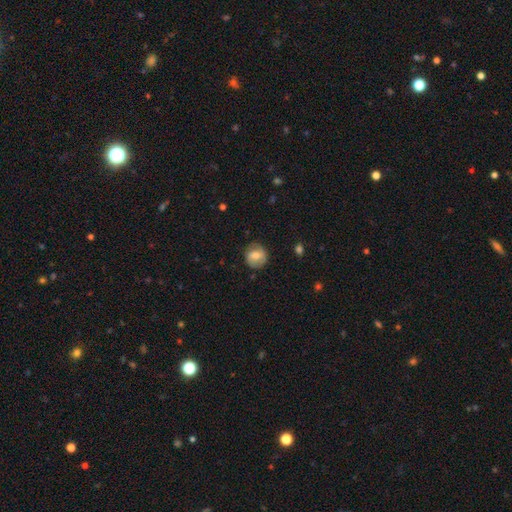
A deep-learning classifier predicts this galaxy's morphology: This appears to be a smooth galaxy with no disk features (57%) that is round (84%). Merging: none (78%).